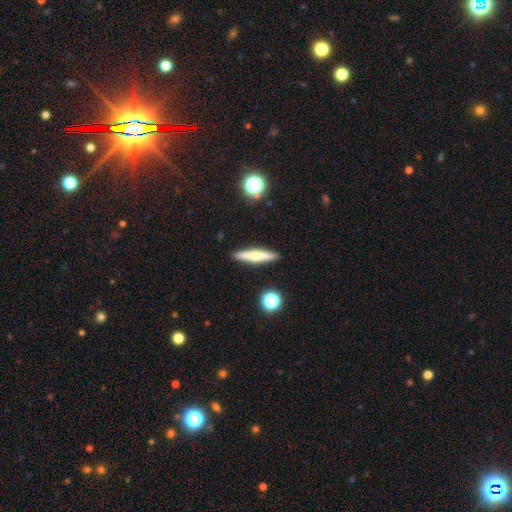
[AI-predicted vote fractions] Overall: smooth (50%; featured or disk 43%). Merging: none (91%).